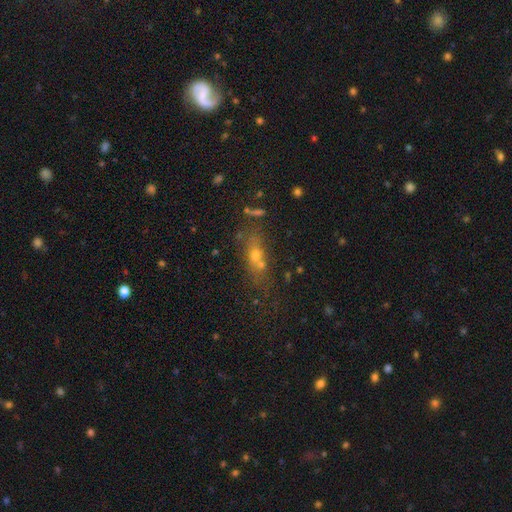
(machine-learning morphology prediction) smooth-or-featured: smooth: 50% | featured or disk: 26% | star or artifact: 25%
  merging: none: 45% | merger: 32% | minor disturbance: 14% | major disturbance: 10%